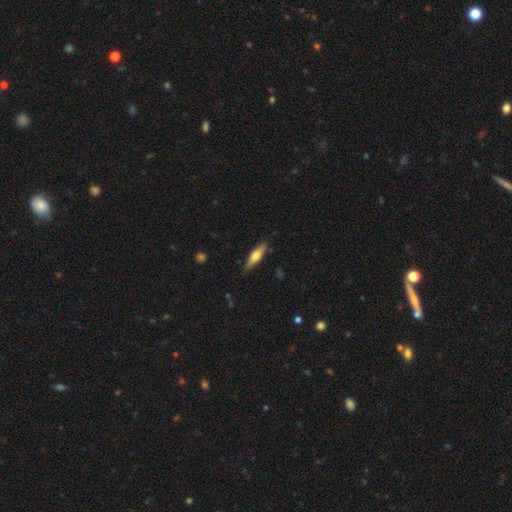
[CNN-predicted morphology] A smooth galaxy with no disk features (61%) that is cigar-shaped (62%).

Vote fractions:
- Smooth or featured? smooth: 61% / featured or disk: 34% / star or artifact: 6%
- How rounded? cigar-shaped: 62% / in between: 36% / round: 2%
- Merging? none: 80% / minor disturbance: 16% / major disturbance: 3% / merger: 1%